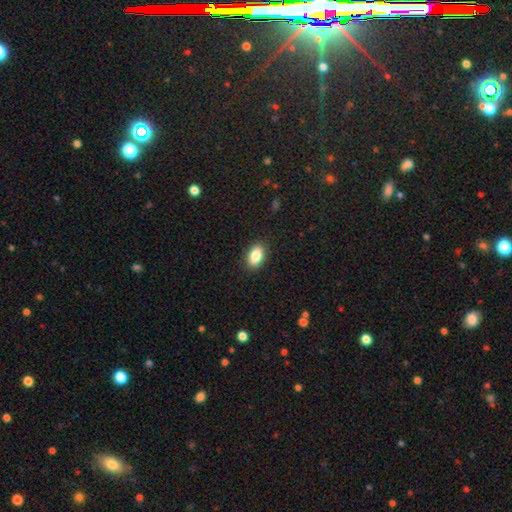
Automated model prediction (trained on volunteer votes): smooth-or-featured: smooth: 85% | star or artifact: 8% | featured or disk: 8%
  how-rounded: in between: 90% | round: 8% | cigar-shaped: 2%
  merging: none: 89% | minor disturbance: 8% | major disturbance: 2% | merger: 1%